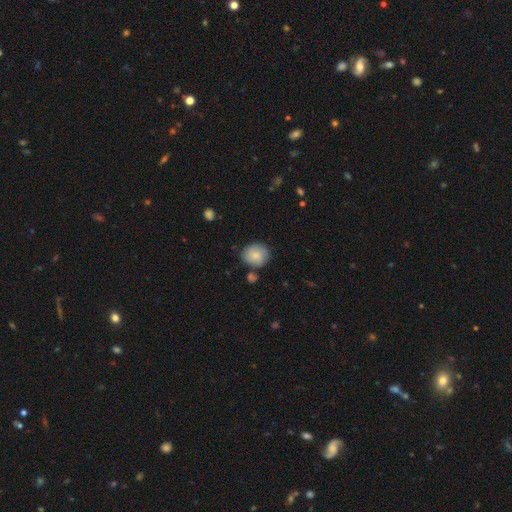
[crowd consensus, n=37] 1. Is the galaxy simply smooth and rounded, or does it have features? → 84% smooth, 11% featured or disk, 5% star or artifact.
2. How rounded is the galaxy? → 65% round, 35% in between, 0% cigar-shaped.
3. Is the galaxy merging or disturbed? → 80% none, 14% minor disturbance, 3% major disturbance, 3% merger.